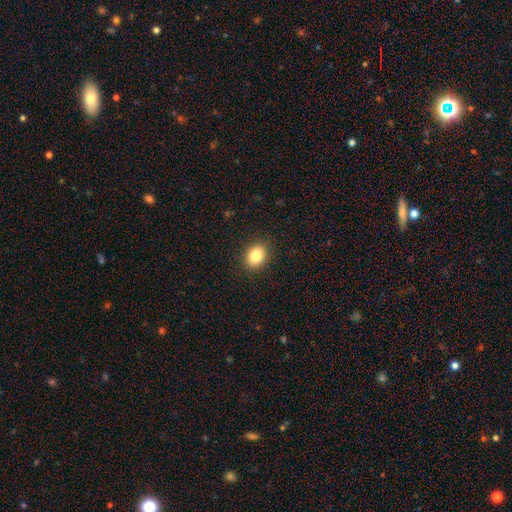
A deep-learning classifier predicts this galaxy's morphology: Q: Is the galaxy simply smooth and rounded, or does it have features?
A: smooth — 84%.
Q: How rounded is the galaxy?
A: round — 52%.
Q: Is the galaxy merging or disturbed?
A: none — 90%.